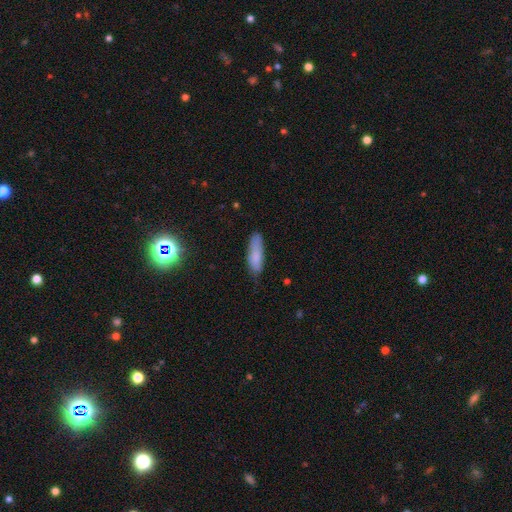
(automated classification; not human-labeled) smooth_or_featured: smooth (p=0.81) [alt: featured or disk p=0.11]
how_rounded: cigar-shaped (p=0.49) [tied with: in between p=0.49]
merging: none (p=0.72) [alt: minor disturbance p=0.22]